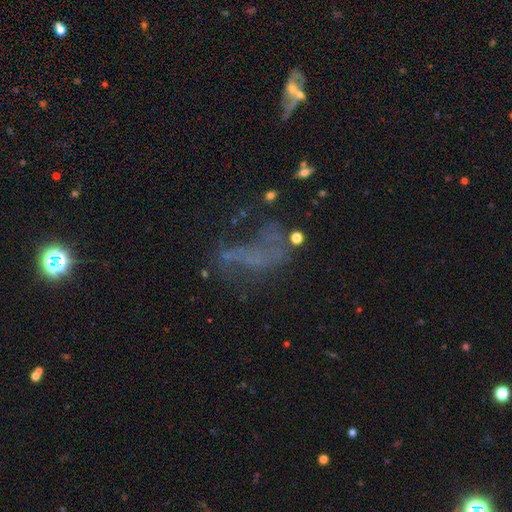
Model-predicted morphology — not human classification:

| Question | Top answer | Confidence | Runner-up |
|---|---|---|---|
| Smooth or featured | featured or disk | 43% | star or artifact (33%) |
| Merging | major disturbance | 37% | none (36%) |